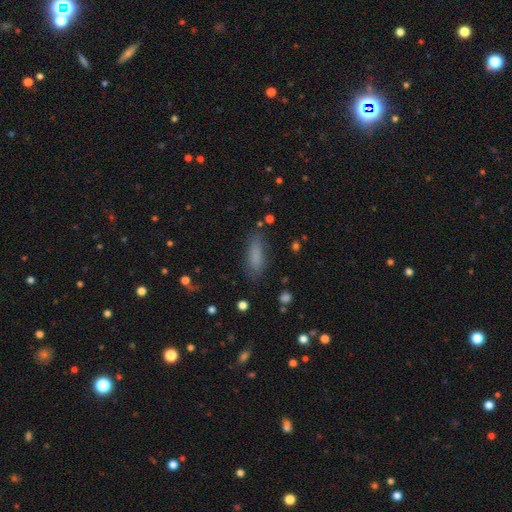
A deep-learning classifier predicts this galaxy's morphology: smooth-or-featured: smooth: 81% | star or artifact: 10% | featured or disk: 8%
  how-rounded: in between: 54% | cigar-shaped: 44% | round: 2%
  merging: none: 79% | minor disturbance: 15% | major disturbance: 5% | merger: 2%